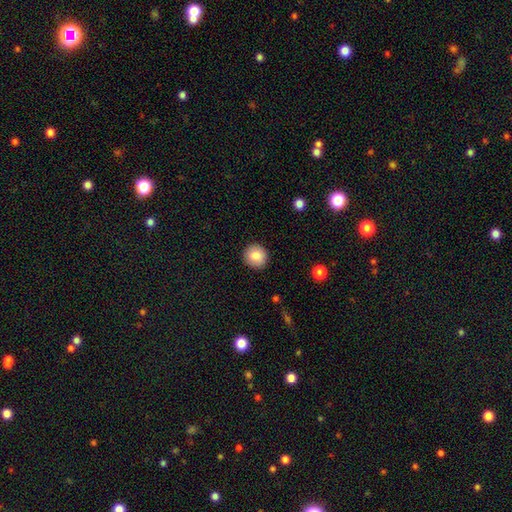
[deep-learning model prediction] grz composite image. It shows a smooth galaxy with no disk features (85%) that is round (92%). Merging: none (91%).